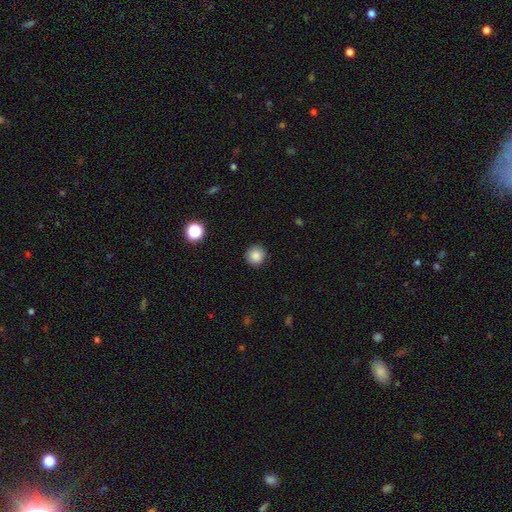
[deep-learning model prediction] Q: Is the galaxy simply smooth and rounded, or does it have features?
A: smooth — 85%.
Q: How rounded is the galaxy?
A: round — 94%.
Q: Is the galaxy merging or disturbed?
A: none — 91%.